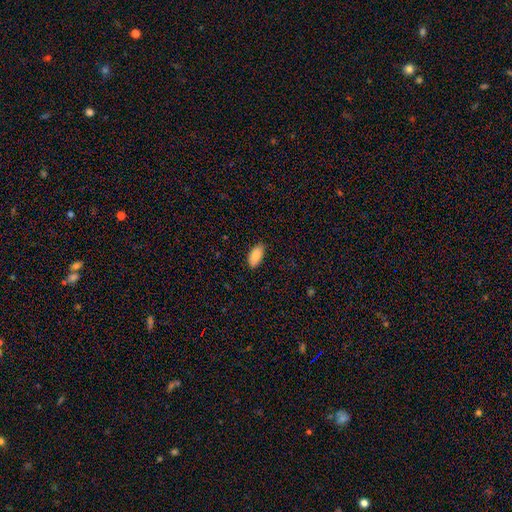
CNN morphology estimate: The model was most divided on "merging": none: 86%, minor disturbance: 11%, major disturbance: 2%, merger: 1%. More confident: how rounded — in between (93%); smooth or featured — smooth (85%).